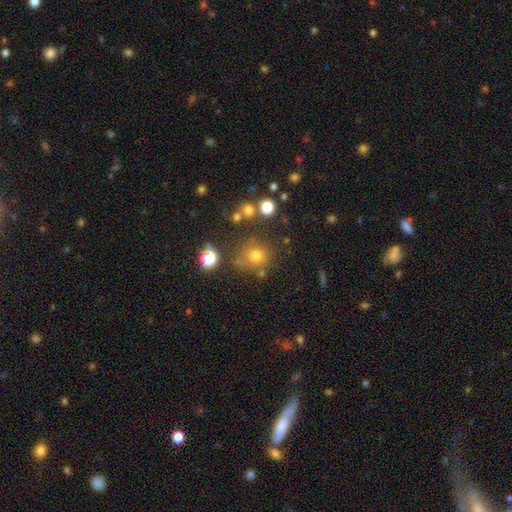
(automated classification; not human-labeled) A smooth galaxy with no disk features (71%) that is round (86%). Merging: none (73%).